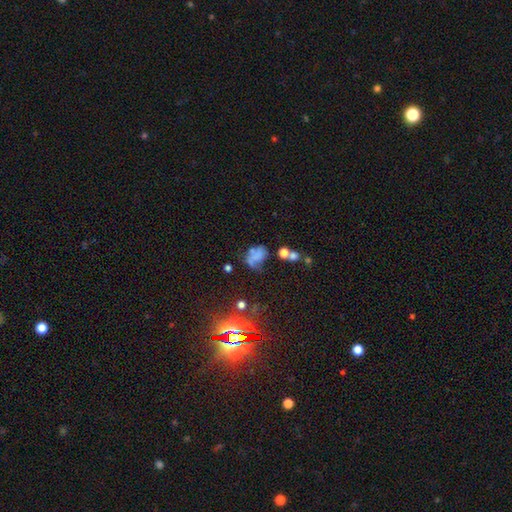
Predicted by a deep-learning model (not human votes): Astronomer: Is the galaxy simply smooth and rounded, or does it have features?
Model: smooth — 51% (runner-up: featured or disk, 30%).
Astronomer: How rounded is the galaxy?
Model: in between — 73%.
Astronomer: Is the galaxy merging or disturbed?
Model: major disturbance — 30% (runner-up: none, 28%).